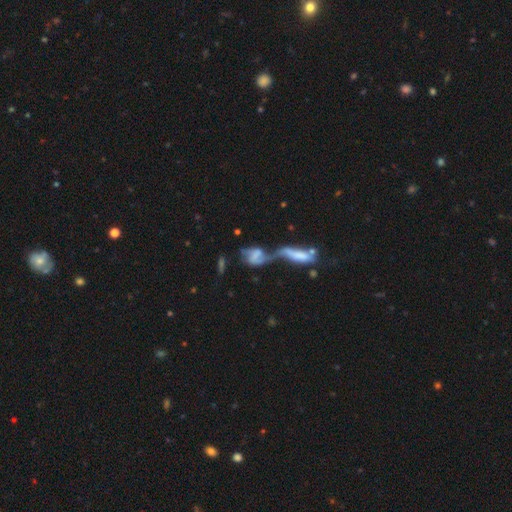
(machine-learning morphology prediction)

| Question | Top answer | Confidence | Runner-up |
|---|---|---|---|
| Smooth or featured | featured or disk | 49% | smooth (40%) |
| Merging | merger | 72% | major disturbance (11%) |